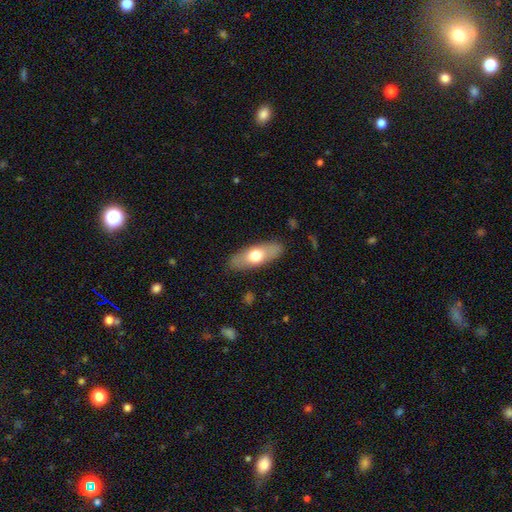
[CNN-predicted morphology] Smooth or featured? Predicted: smooth (p=0.61). How rounded? Predicted: in between (p=0.72). Merging? Predicted: none (p=0.86).